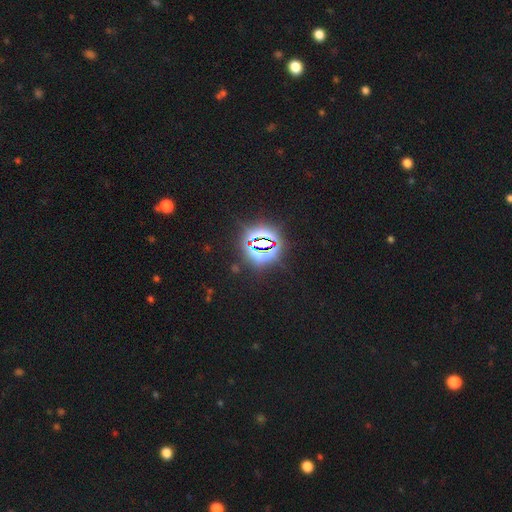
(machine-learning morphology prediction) star or artifact 85%, smooth 9%, featured or disk 6%.